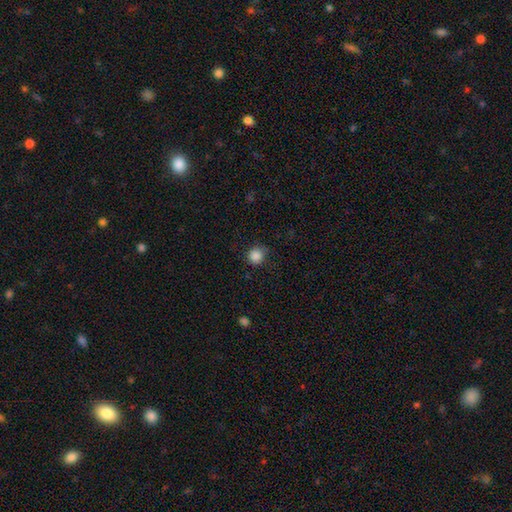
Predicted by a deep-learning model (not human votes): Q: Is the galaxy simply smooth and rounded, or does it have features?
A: smooth — 86%.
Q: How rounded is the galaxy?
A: round — 92%.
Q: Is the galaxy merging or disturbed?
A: none — 77%.